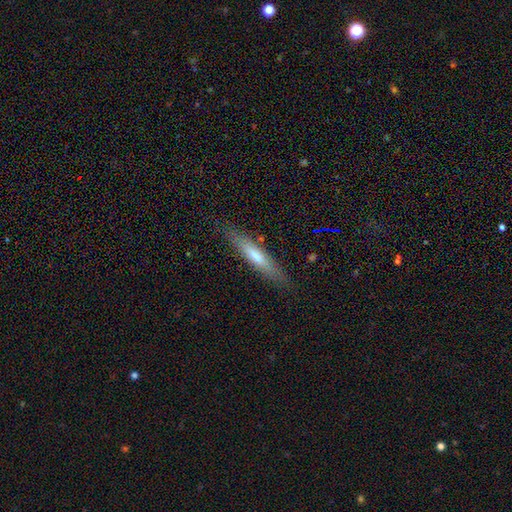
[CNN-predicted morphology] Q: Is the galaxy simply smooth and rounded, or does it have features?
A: smooth — 61%.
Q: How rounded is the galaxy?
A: cigar-shaped — 87%.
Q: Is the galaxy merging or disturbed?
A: none — 84%.